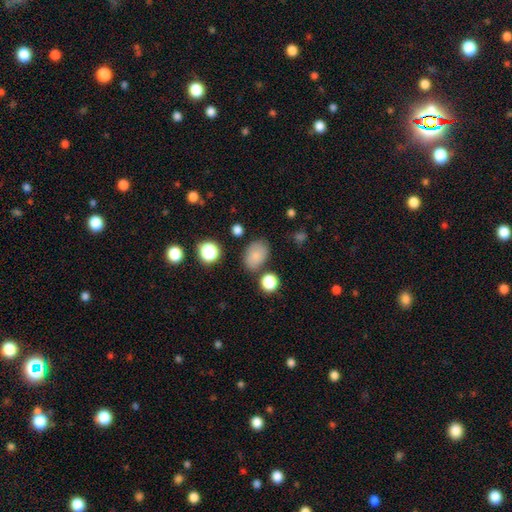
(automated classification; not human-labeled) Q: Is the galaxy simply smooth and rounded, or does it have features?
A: smooth — 81%.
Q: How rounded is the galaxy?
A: in between — 79%.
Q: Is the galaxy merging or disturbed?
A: none — 74%.